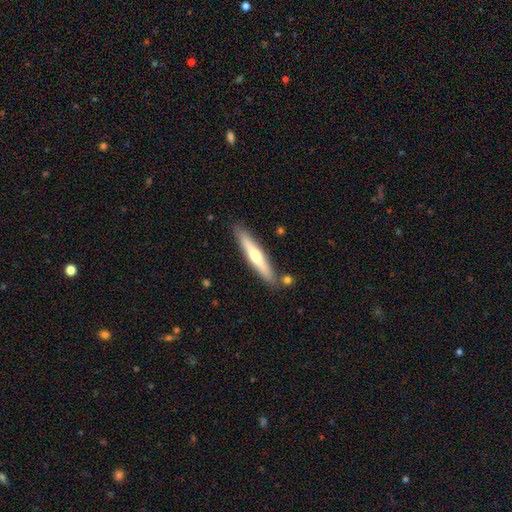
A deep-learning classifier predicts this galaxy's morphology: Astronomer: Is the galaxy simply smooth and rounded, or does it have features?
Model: featured or disk — 53% (runner-up: smooth, 42%).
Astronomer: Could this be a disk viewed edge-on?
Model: yes — 93%.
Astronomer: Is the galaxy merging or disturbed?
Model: none — 85%.